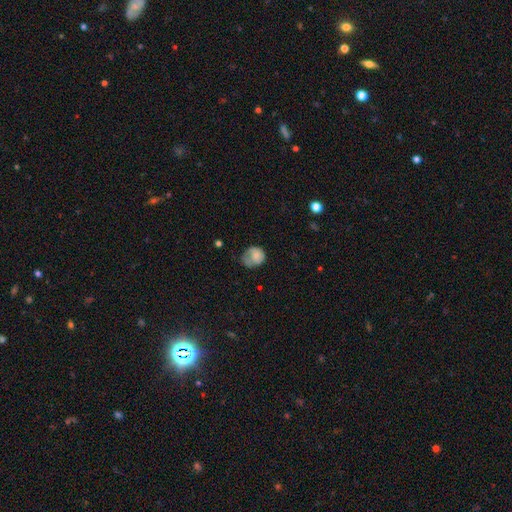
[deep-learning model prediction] This appears to be a smooth galaxy with no disk features (70%) that is round (65%). Merging: none (36%).